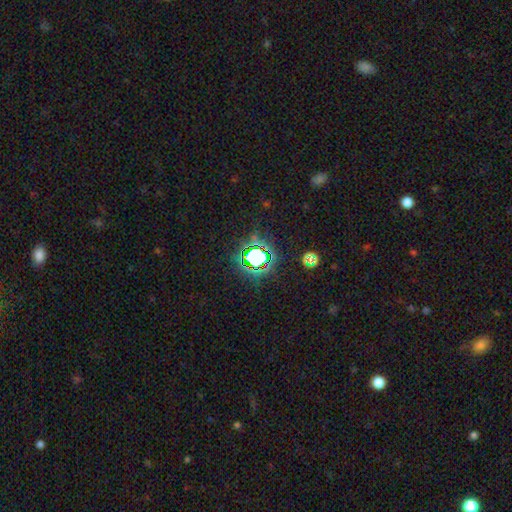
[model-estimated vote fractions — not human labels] The model was most divided on "smooth or featured": star or artifact: 72%, smooth: 18%, featured or disk: 10%.